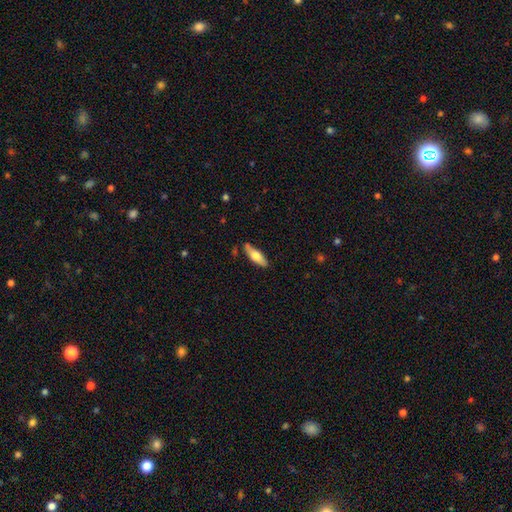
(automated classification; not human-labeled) Morphology: type=smooth (59%); roundness=in between (51%); merging=none (83%).